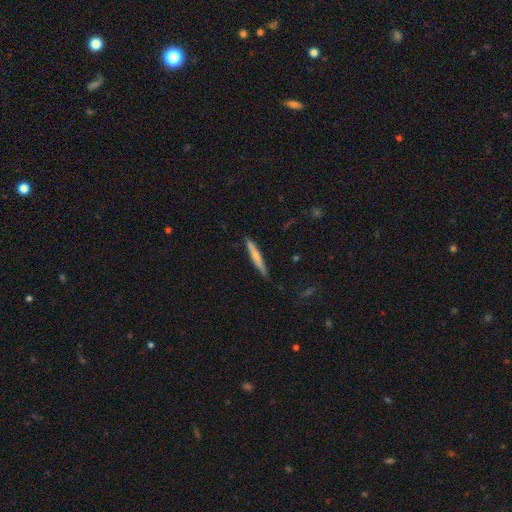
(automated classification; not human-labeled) Smooth or featured: smooth — 64% (featured or disk — 31%)
How rounded: cigar-shaped — 95% (in between — 4%)
Merging: none — 81% (minor disturbance — 15%)